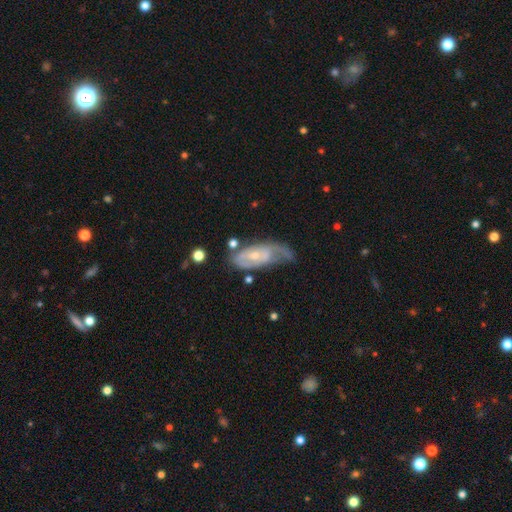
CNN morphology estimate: smooth_or_featured: featured or disk (p=0.71) [alt: smooth p=0.23]
disk_edge_on: no (p=0.91) [alt: yes p=0.09]
bar: no (p=0.66) [alt: weak p=0.29]
has_spiral_arms: yes (p=0.79) [alt: no p=0.21]
spiral_winding: tight (p=0.43) [alt: medium p=0.37]
spiral_arm_count: 2 (p=0.40) [alt: can't tell p=0.30]
bulge_size: small (p=0.59) [alt: moderate p=0.35]
merging: none (p=0.34) [alt: minor disturbance p=0.30]